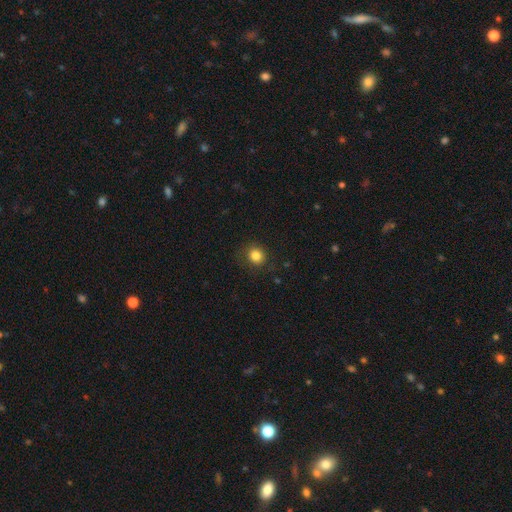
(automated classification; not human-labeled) Smooth or featured: smooth — 83% (star or artifact — 12%)
How rounded: round — 84% (in between — 15%)
Merging: none — 84% (minor disturbance — 11%)